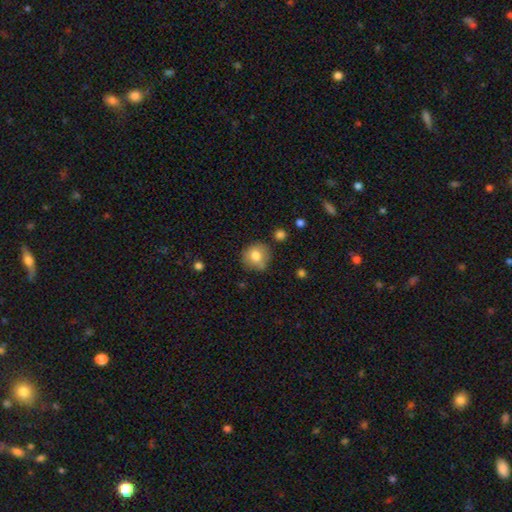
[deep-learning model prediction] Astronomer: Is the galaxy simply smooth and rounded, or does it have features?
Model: smooth — 77%.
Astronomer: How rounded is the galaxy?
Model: round — 86%.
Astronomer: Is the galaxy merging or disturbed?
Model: none — 72%.